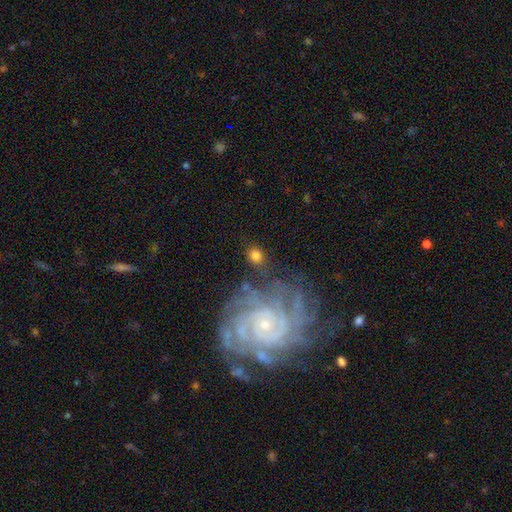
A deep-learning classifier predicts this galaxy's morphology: This appears to be a smooth galaxy with no disk features (63%) that is round (66%). Merging: none (70%).